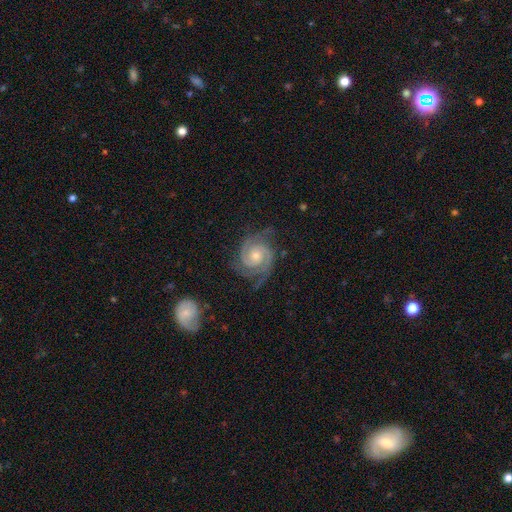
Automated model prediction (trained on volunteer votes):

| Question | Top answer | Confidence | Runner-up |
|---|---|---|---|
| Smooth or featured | featured or disk | 91% | star or artifact (5%) |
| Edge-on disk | no | 98% | yes (2%) |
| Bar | no | 69% | weak (25%) |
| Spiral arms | yes | 99% | no (1%) |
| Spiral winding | tight | 63% | medium (33%) |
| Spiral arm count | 2 | 73% | 3 (16%) |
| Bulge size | moderate | 51% | small (44%) |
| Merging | none | 76% | minor disturbance (16%) |